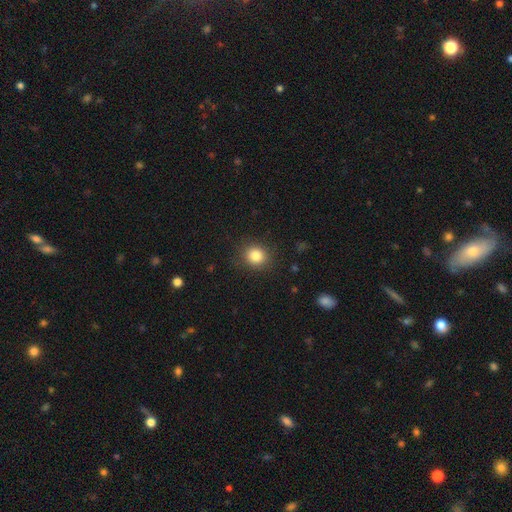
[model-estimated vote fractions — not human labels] Q: Smooth or featured?
A: smooth (84%); runner-up: star or artifact (11%)
Q: How rounded?
A: round (82%); runner-up: in between (18%)
Q: Merging?
A: none (88%); runner-up: minor disturbance (8%)